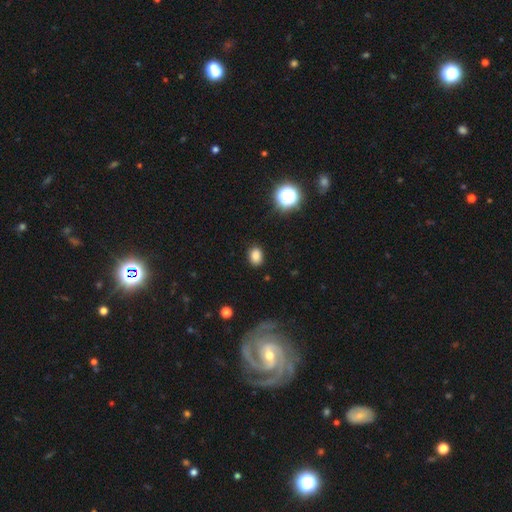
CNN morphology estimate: Smooth or featured: smooth — 83% (star or artifact — 13%)
How rounded: in between — 68% (round — 31%)
Merging: none — 87% (minor disturbance — 10%)